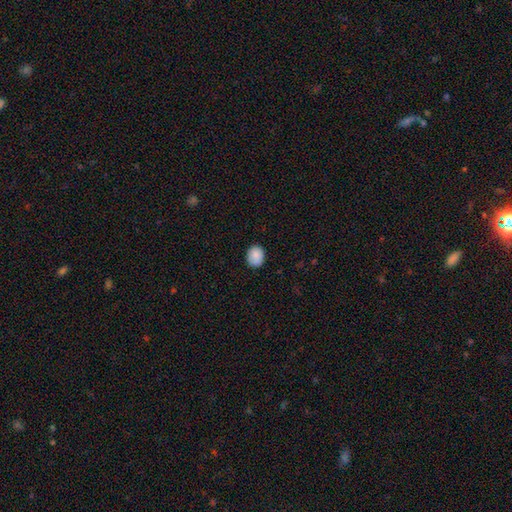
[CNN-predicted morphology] This is clearly a smooth galaxy (87%). How rounded: possibly round (55%). Merging: clearly none (85%).